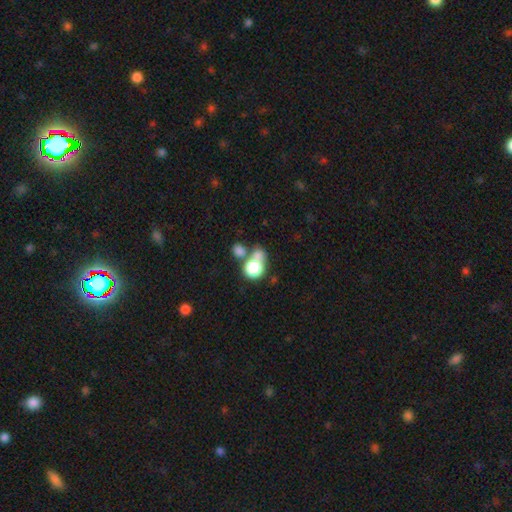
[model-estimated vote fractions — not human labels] Smooth or featured? Predicted: smooth (p=0.44). Merging? Predicted: none (p=0.55).